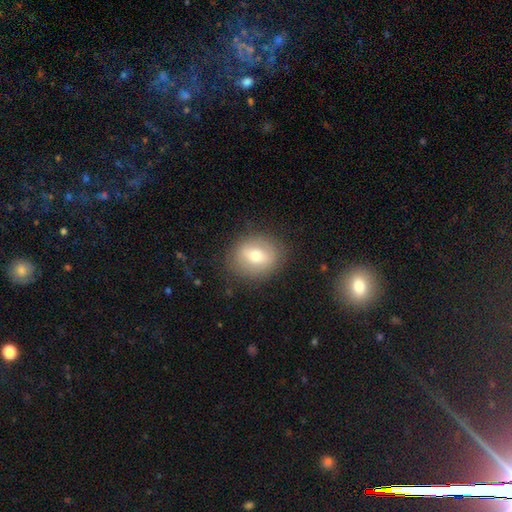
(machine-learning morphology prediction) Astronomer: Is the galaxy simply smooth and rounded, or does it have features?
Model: smooth — 62%.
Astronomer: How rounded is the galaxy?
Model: round — 57% (runner-up: in between, 42%).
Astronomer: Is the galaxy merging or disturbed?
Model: none — 83%.